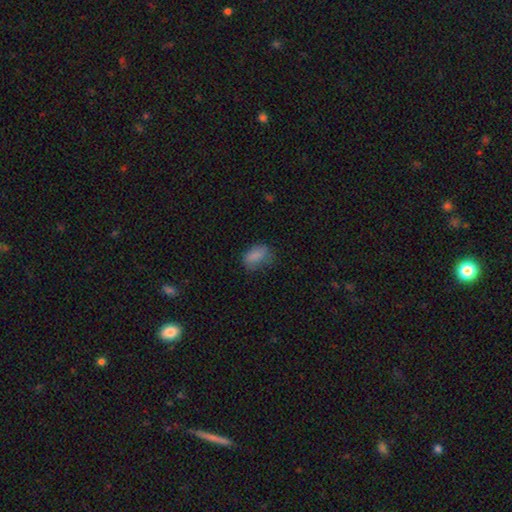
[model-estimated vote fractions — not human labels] Smooth or featured: smooth — 82% (star or artifact — 11%)
How rounded: in between — 87% (round — 9%)
Merging: none — 61% (minor disturbance — 27%)